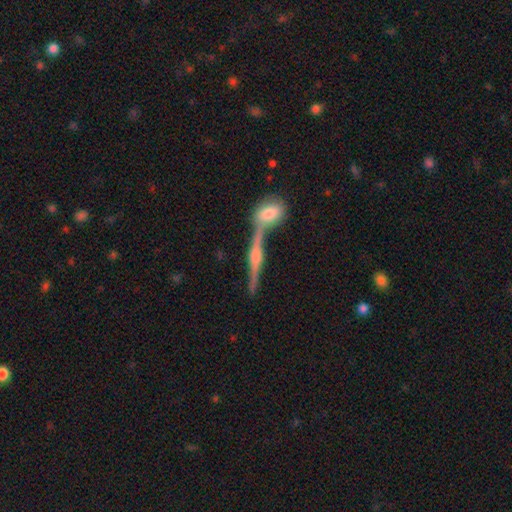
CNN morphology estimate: This is likely a featured or disk galaxy (78%). It is clearly viewed edge-on (95%). Edge-on bulge: clearly rounded (83%). Merging: likely none (60%).